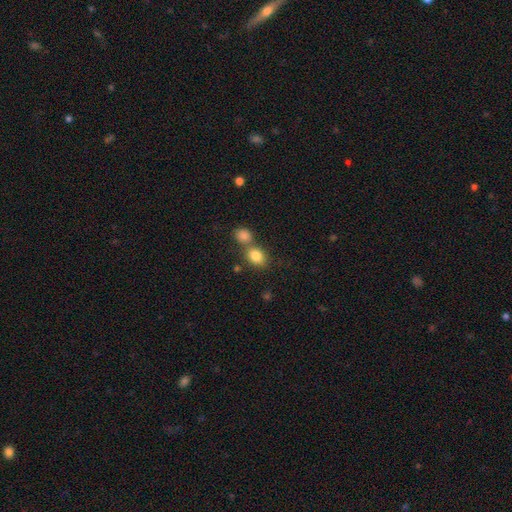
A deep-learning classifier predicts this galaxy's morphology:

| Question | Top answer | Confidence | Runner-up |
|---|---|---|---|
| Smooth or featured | smooth | 83% | star or artifact (10%) |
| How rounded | in between | 59% | round (40%) |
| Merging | none | 51% | merger (36%) |